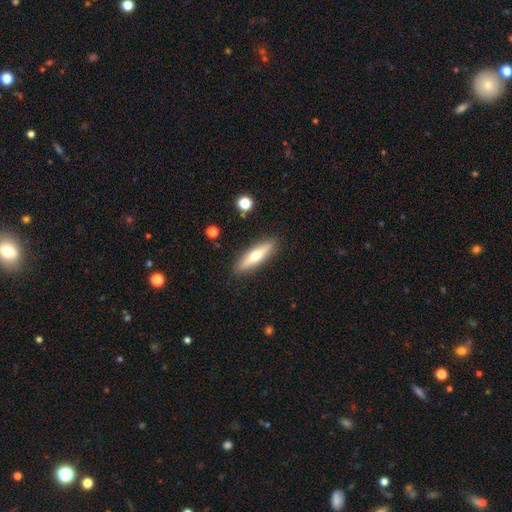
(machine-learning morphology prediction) The model was most divided on "smooth or featured": smooth: 51%, featured or disk: 43%, star or artifact: 6%. More confident: merging — none (88%); how rounded — cigar-shaped (72%).